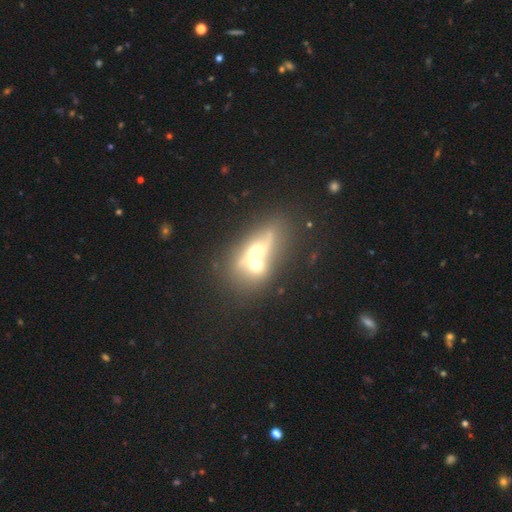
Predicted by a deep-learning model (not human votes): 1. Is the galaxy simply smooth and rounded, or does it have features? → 47% featured or disk, 42% smooth, 11% star or artifact.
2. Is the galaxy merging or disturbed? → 74% merger, 14% none, 6% major disturbance, 6% minor disturbance.